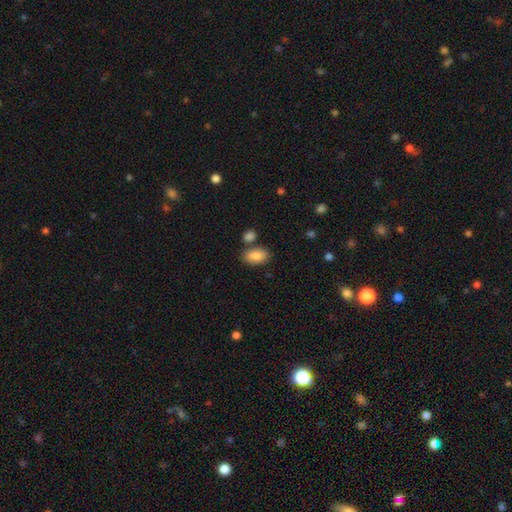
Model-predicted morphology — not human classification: The model was most divided on "merging": none: 73%, merger: 12%, minor disturbance: 12%, major disturbance: 3%. More confident: how rounded — in between (91%); smooth or featured — smooth (84%).